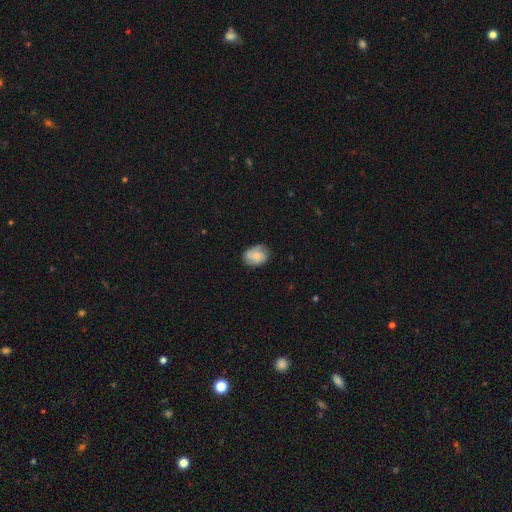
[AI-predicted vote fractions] This is possibly a smooth galaxy (52%). How rounded: likely in between (64%). Merging: likely none (72%).